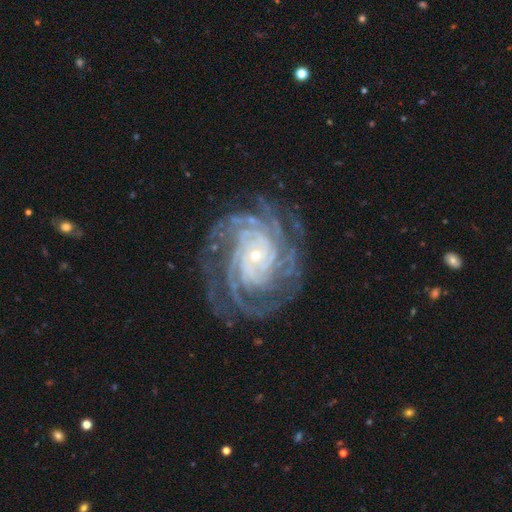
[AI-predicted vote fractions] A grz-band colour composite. It shows a featured or disk galaxy (92%) with no bar (75%), more than 4 (32%) tight (77%) spiral arms (98%) and a small central bulge (79%). Merging: none (77%).